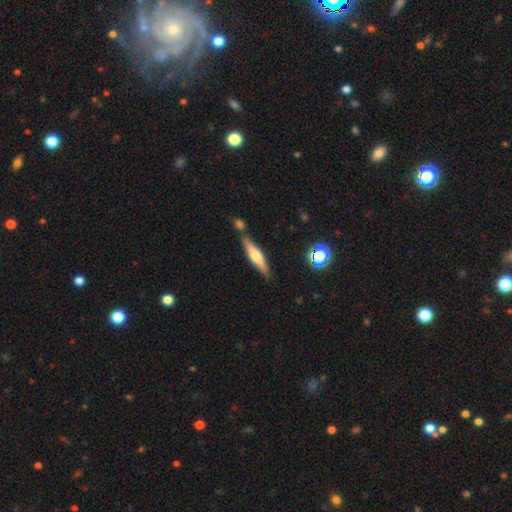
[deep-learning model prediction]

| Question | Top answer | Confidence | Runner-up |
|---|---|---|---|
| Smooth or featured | featured or disk | 52% | smooth (40%) |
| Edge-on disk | yes | 93% | no (7%) |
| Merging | none | 74% | minor disturbance (12%) |